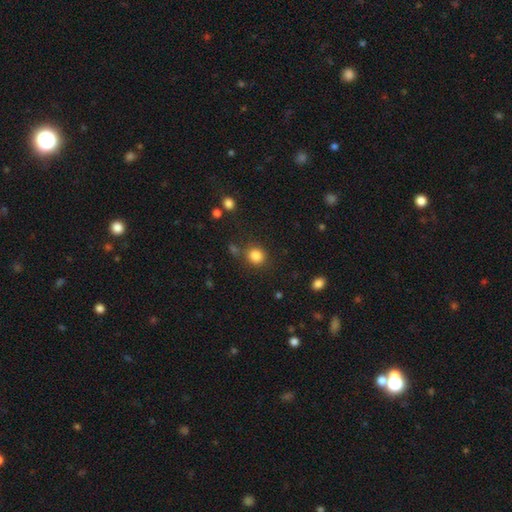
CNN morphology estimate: Smooth or featured: smooth — 84% (star or artifact — 11%)
How rounded: round — 85% (in between — 14%)
Merging: none — 80% (minor disturbance — 10%)